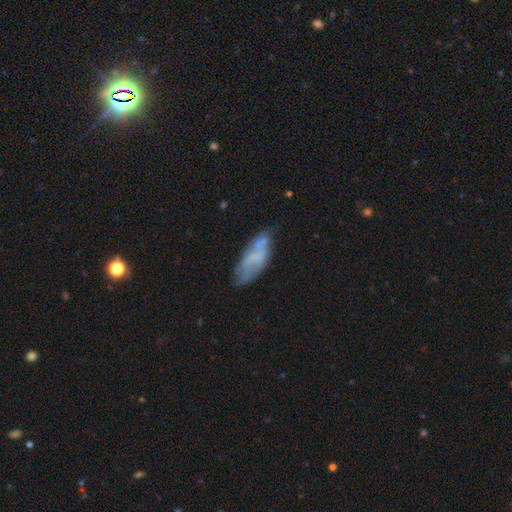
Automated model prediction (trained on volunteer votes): Overall: smooth (47%; featured or disk 44%). Merging: none (52%; minor disturbance 28%).